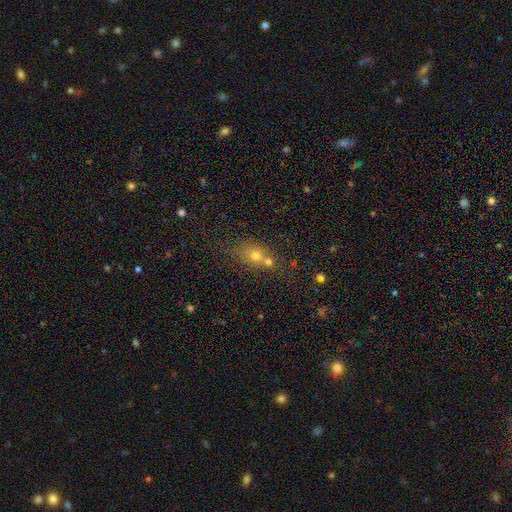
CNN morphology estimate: Overall: smooth (64%). How rounded: round (56%; in between 40%). Merging: merger (42%, tied with none).